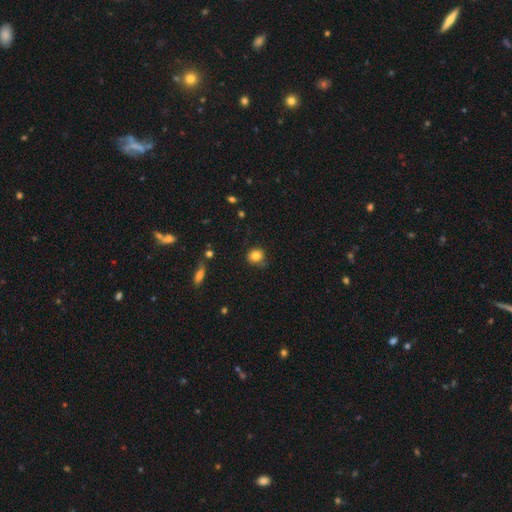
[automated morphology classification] Smooth or featured? Predicted: smooth (p=0.83). How rounded? Predicted: round (p=0.79). Merging? Predicted: none (p=0.77).